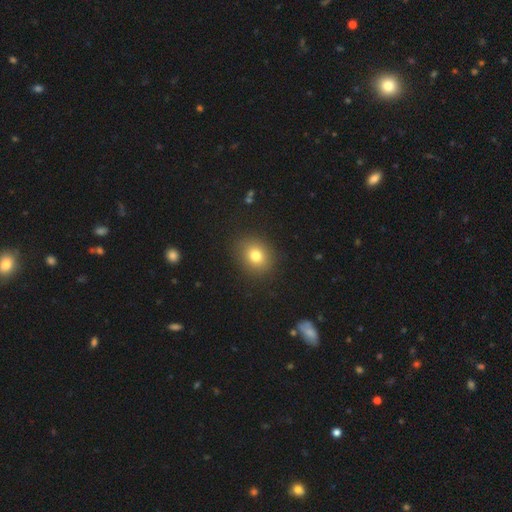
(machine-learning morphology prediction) Q: Smooth or featured?
A: smooth (79%); runner-up: star or artifact (12%)
Q: How rounded?
A: round (65%); runner-up: in between (35%)
Q: Merging?
A: none (88%); runner-up: minor disturbance (8%)